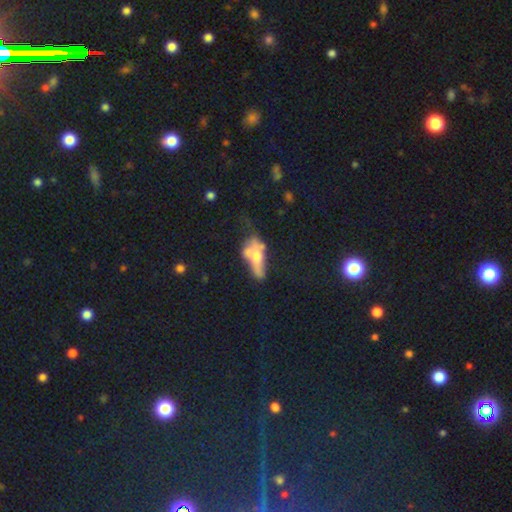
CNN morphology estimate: Smooth or featured? featured or disk (45%)
Merging? major disturbance (29%, tied with none)